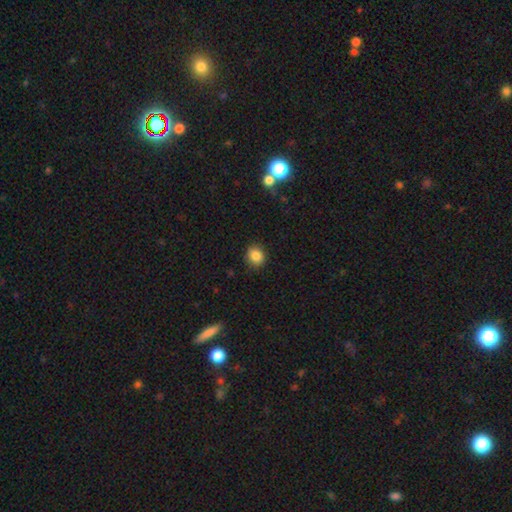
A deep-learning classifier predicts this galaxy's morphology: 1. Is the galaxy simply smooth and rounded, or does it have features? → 85% smooth, 10% star or artifact, 5% featured or disk.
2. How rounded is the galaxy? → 74% round, 25% in between, 1% cigar-shaped.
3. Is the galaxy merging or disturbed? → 87% none, 9% minor disturbance, 2% major disturbance, 1% merger.